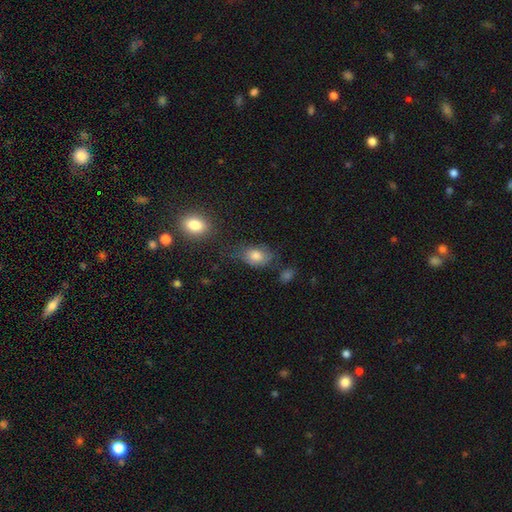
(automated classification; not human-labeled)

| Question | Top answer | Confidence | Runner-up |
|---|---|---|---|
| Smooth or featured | smooth | 76% | featured or disk (14%) |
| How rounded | in between | 77% | round (21%) |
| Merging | none | 52% | minor disturbance (30%) |